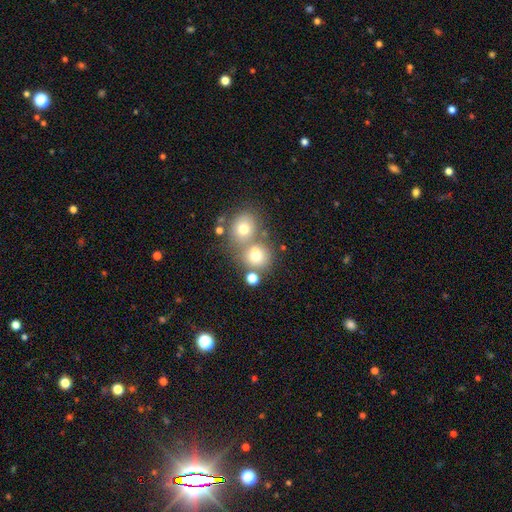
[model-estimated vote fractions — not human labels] smooth-or-featured: smooth: 69% | featured or disk: 16% | star or artifact: 15%
  how-rounded: round: 78% | in between: 21% | cigar-shaped: 1%
  merging: merger: 44% | none: 43% | minor disturbance: 8% | major disturbance: 4%